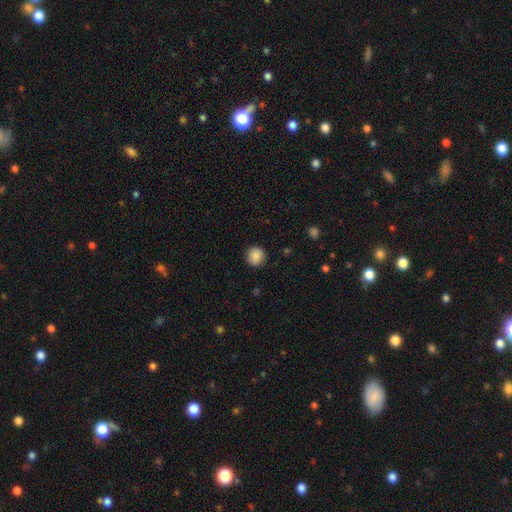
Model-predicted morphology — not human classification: Overall: smooth (88%). How rounded: round (90%). Merging: none (88%).